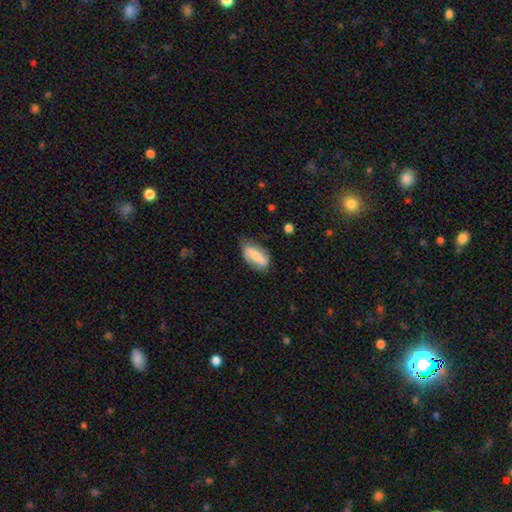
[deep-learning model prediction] Smooth or featured? featured or disk (50%)
Edge-on disk? no (87%)
Merging? none (71%)